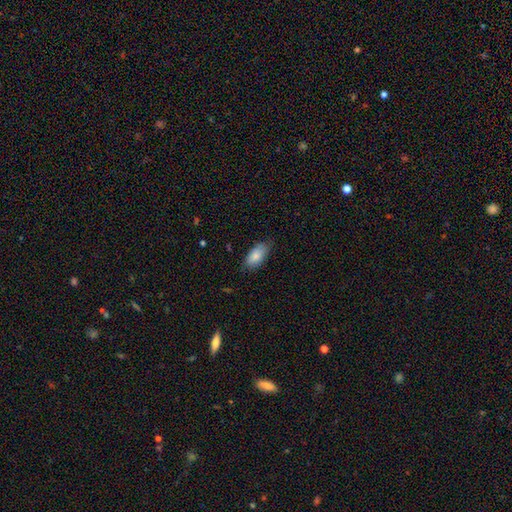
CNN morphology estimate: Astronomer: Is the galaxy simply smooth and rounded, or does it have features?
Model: smooth — 84%.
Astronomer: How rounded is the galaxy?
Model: in between — 92%.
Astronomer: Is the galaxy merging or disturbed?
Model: none — 73%.